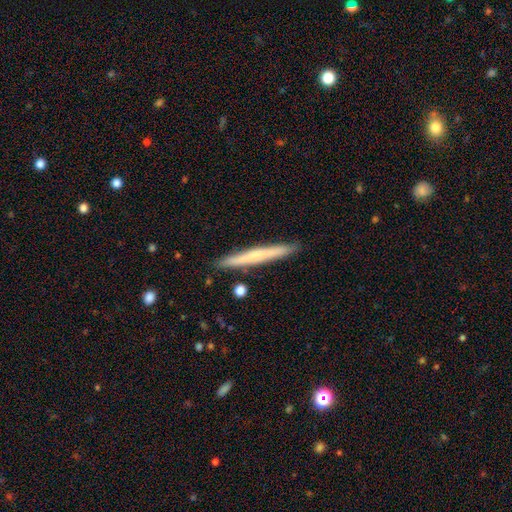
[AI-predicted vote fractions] This appears to be a smooth galaxy with no disk features (53%) that is cigar-shaped (97%). Merging: none (90%).